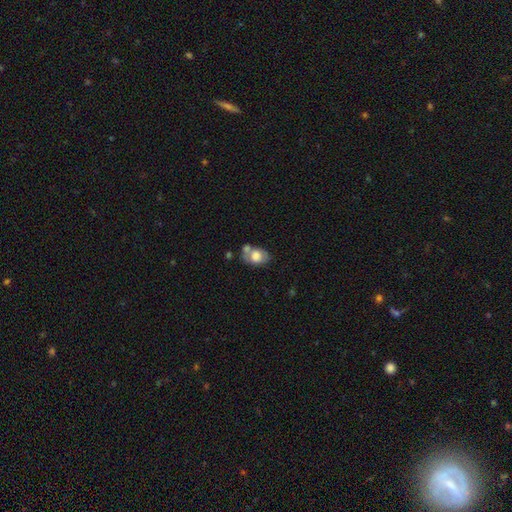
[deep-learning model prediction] Smooth or featured? smooth (66%)
How rounded? in between (74%)
Merging? none (37%)